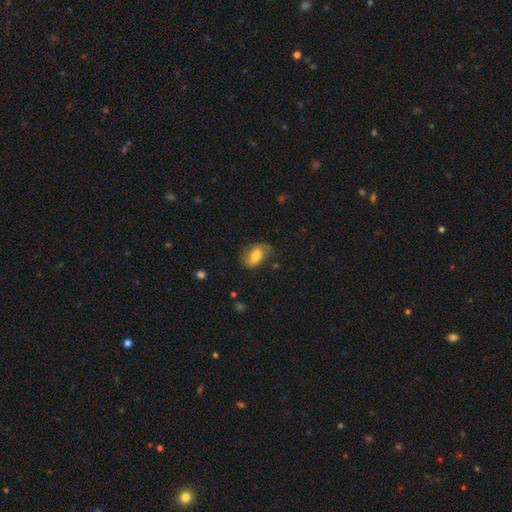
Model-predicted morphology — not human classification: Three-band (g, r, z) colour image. It shows a smooth galaxy with no disk features (69%) that is in between round and cigar-shaped (87%). Merging: none (64%).